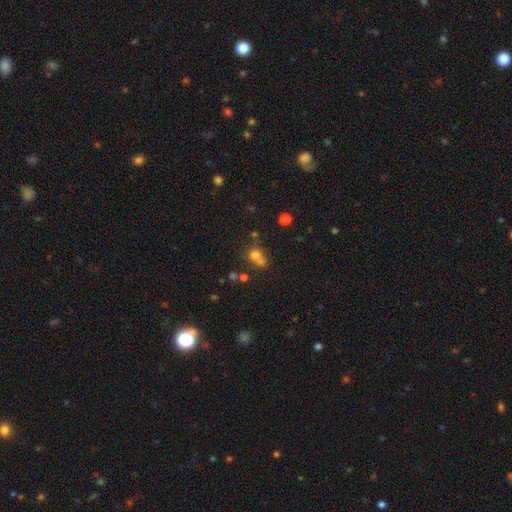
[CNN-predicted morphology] Smooth or featured? smooth (68%)
How rounded? round (79%)
Merging? merger (48%)